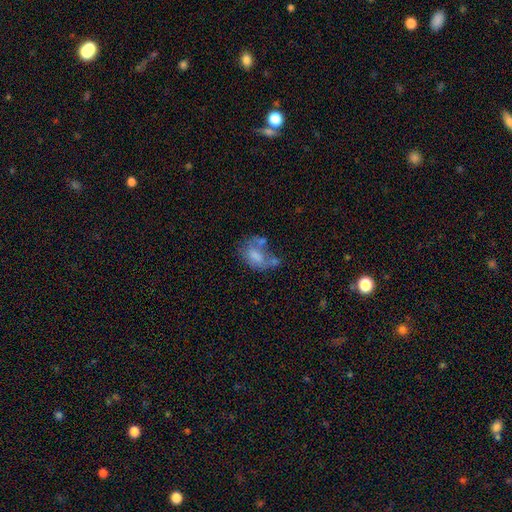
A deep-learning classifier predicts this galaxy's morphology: type=smooth (56%); roundness=in between (85%); merging=major disturbance (27%).